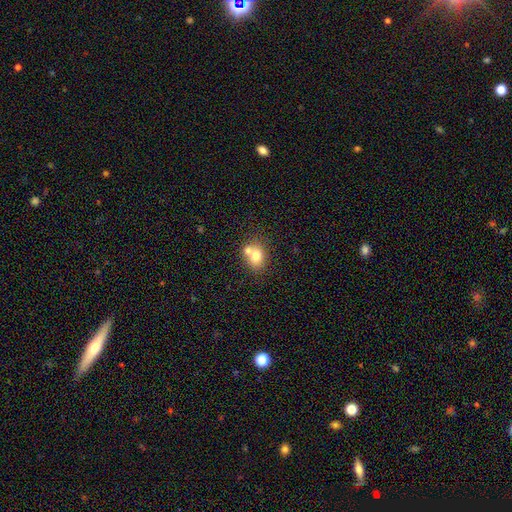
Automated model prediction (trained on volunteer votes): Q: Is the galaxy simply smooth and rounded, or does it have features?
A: smooth — 73%.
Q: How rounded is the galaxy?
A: round — 50%.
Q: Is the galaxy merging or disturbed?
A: merger — 44%.